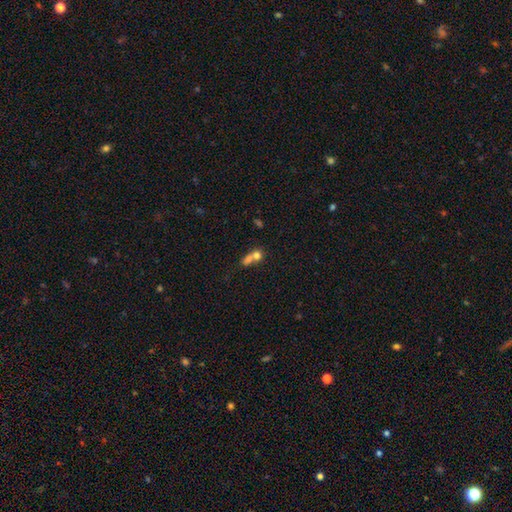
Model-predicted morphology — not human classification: Q: Smooth or featured?
A: smooth (69%); runner-up: featured or disk (19%)
Q: How rounded?
A: round (59%); runner-up: in between (36%)
Q: Merging?
A: merger (63%); runner-up: none (24%)